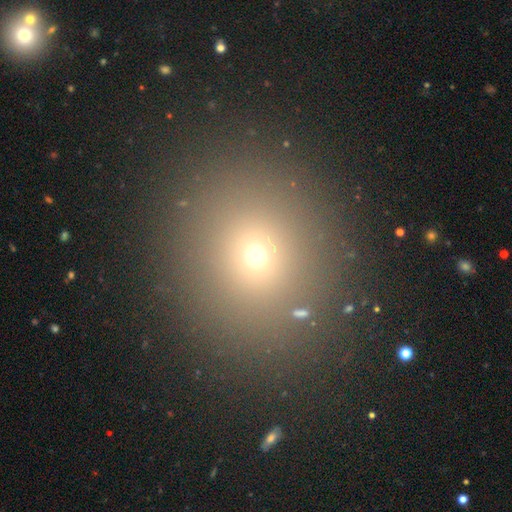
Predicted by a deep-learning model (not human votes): Overall: smooth (65%; star or artifact 25%). How rounded: round (81%). Merging: none (87%).